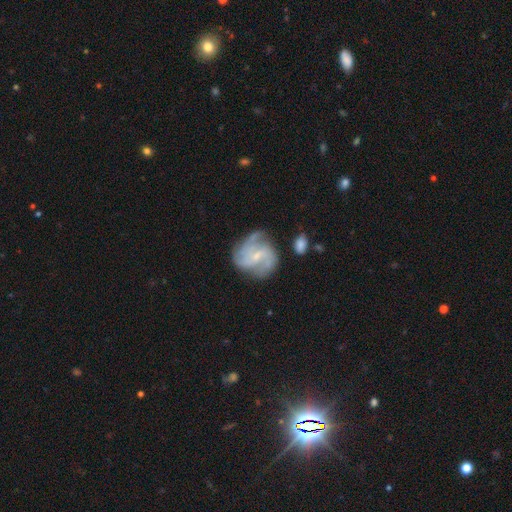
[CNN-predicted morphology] Q: Smooth or featured?
A: featured or disk (83%); runner-up: smooth (11%)
Q: Edge-on disk?
A: no (98%); runner-up: yes (2%)
Q: Bar?
A: weak (49%); runner-up: no (39%)
Q: Spiral arms?
A: yes (96%); runner-up: no (4%)
Q: Spiral winding?
A: medium (49%); runner-up: tight (31%)
Q: Spiral arm count?
A: 3 (38%); runner-up: 2 (25%)
Q: Bulge size?
A: small (70%); runner-up: moderate (21%)
Q: Merging?
A: none (63%); runner-up: minor disturbance (22%)